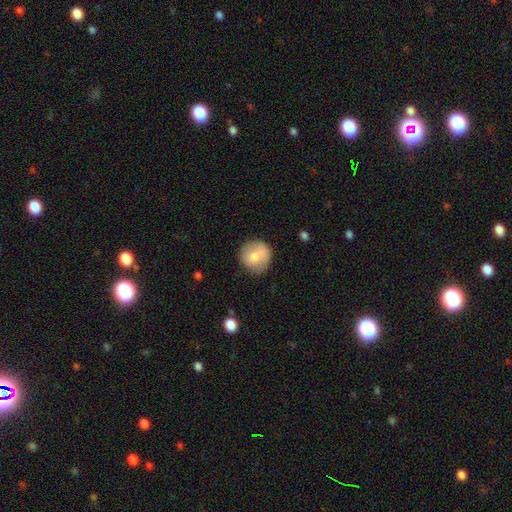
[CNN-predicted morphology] smooth-or-featured: smooth: 76% | featured or disk: 17% | star or artifact: 7%
  how-rounded: round: 92% | in between: 7% | cigar-shaped: 1%
  merging: none: 78% | minor disturbance: 15% | major disturbance: 4% | merger: 2%